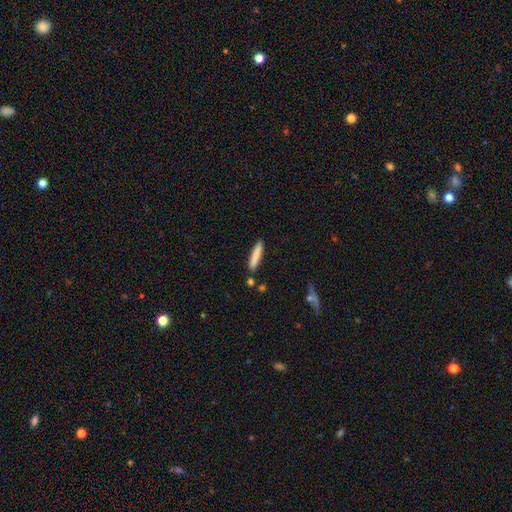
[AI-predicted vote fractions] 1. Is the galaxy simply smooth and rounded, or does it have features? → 83% smooth, 11% featured or disk, 6% star or artifact.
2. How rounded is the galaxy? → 89% cigar-shaped, 9% in between, 1% round.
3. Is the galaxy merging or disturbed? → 86% none, 8% minor disturbance, 4% merger, 2% major disturbance.